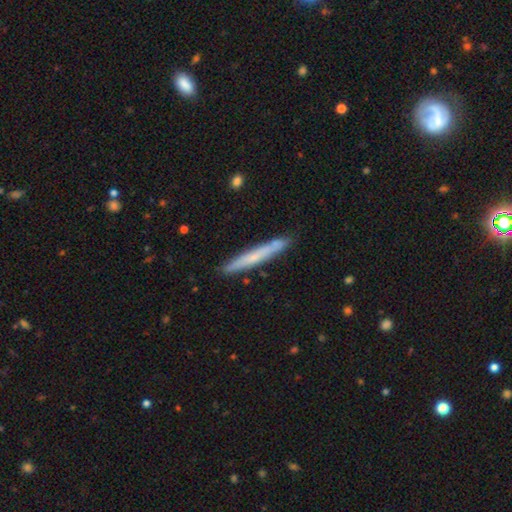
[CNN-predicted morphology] Smooth or featured?
  - smooth: 56% *
  - featured or disk: 38%
  - star or artifact: 6%
How rounded?
  - cigar-shaped: 96% *
  - in between: 2%
  - round: 1%
Merging?
  - none: 87% *
  - minor disturbance: 10%
  - merger: 2%
  - major disturbance: 2%